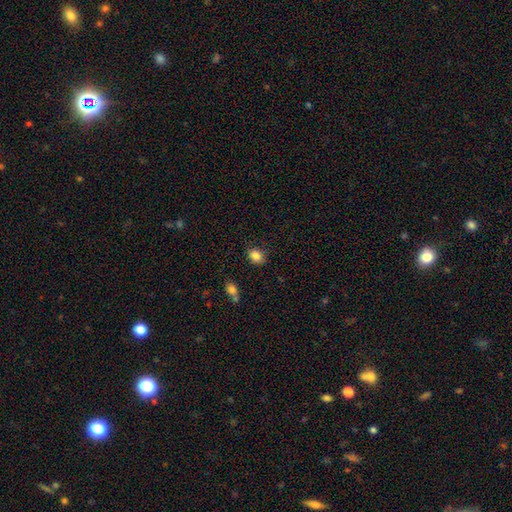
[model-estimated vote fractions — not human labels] Smooth or featured? smooth (84%)
How rounded? in between (54%)
Merging? none (79%)